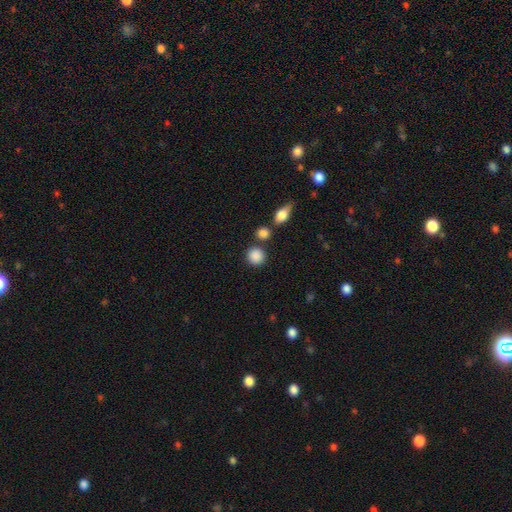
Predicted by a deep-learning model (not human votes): Q: Smooth or featured?
A: smooth (88%); runner-up: star or artifact (8%)
Q: How rounded?
A: round (88%); runner-up: in between (11%)
Q: Merging?
A: none (76%); runner-up: merger (11%)